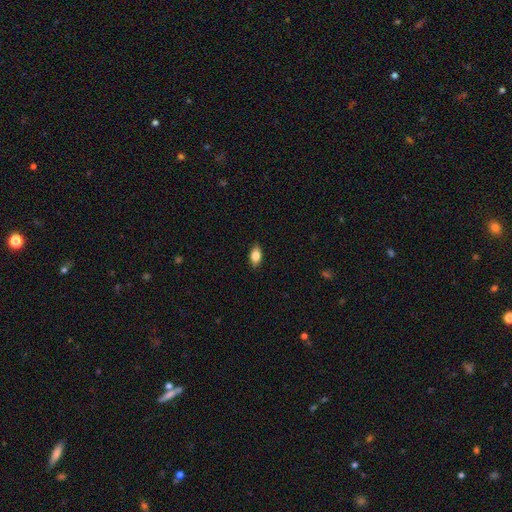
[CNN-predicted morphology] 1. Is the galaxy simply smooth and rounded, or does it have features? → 79% smooth, 13% featured or disk, 7% star or artifact.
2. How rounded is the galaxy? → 88% in between, 6% round, 6% cigar-shaped.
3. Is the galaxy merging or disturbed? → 88% none, 9% minor disturbance, 2% major disturbance, 1% merger.